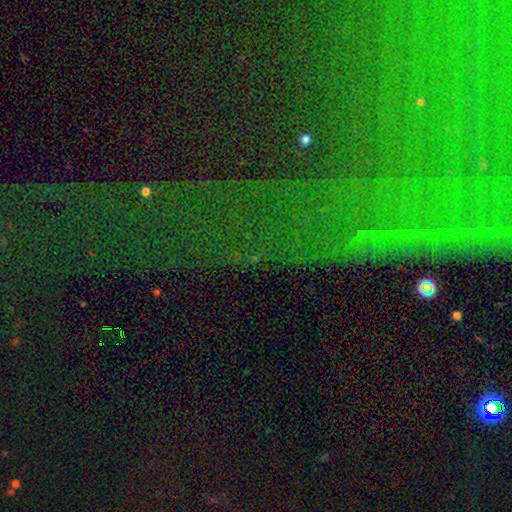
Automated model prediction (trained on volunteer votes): This is likely a star or artifact rather than a galaxy (78%).